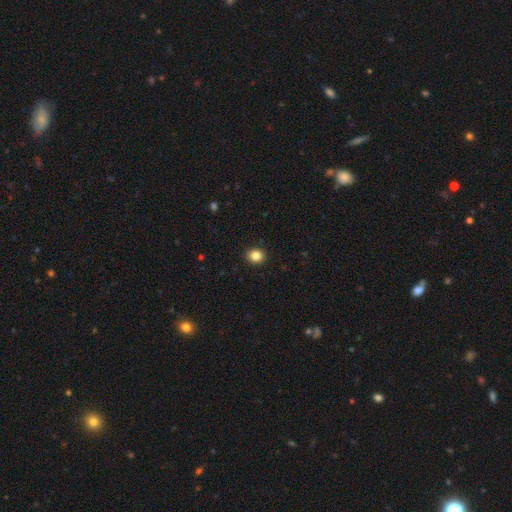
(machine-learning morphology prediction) Smooth or featured: smooth — 85% (star or artifact — 11%)
How rounded: round — 77% (in between — 22%)
Merging: none — 92% (minor disturbance — 5%)